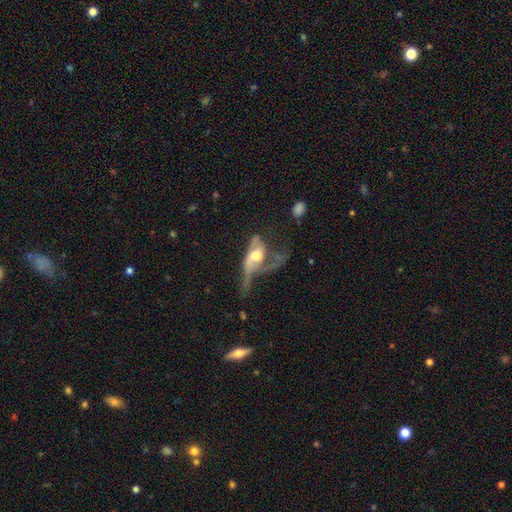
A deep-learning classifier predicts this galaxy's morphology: This is likely a featured or disk galaxy (68%). It is clearly not viewed edge-on (91%). Bar: likely no (68%). Spiral arm pattern: likely yes (67%). Central bulge: possibly moderate (58%). Merging: possibly major disturbance (60%).